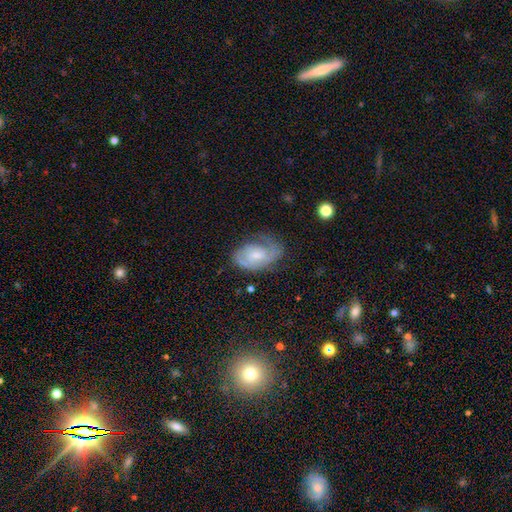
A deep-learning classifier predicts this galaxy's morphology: Overall: featured or disk (72%). Edge-on disk: no (97%). Bar: no (60%; weak 35%). Spiral arms: yes (91%). Spiral arm count: 2 (51%; can't tell 20%). Spiral winding: tight (48%; medium 39%). Bulge size: small (55%; moderate 32%). Merging: none (59%; minor disturbance 25%).